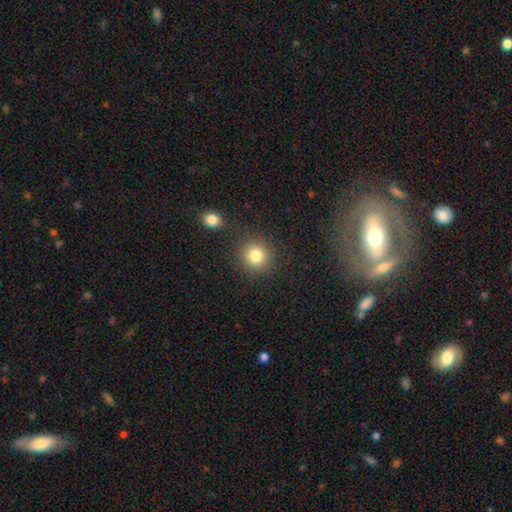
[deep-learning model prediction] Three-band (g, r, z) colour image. It shows a smooth galaxy with no disk features (82%) that is round (90%). Merging: none (85%).